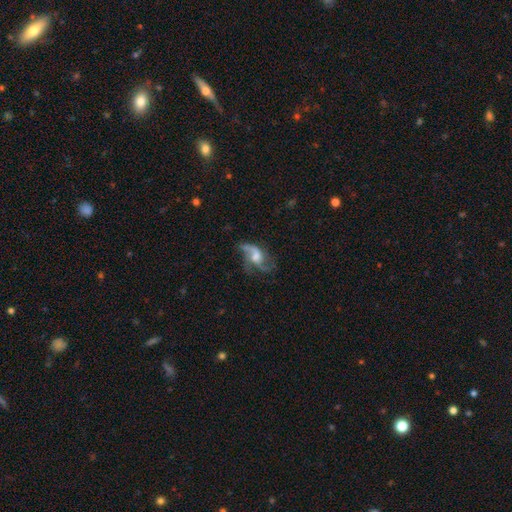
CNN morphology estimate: Smooth or featured? featured or disk (78%)
Edge-on disk? no (97%)
Bar? no (54%)
Spiral arms? yes (90%)
Spiral winding? loose (66%)
Spiral arm count? 2 (43%)
Bulge size? moderate (51%)
Merging? none (48%)